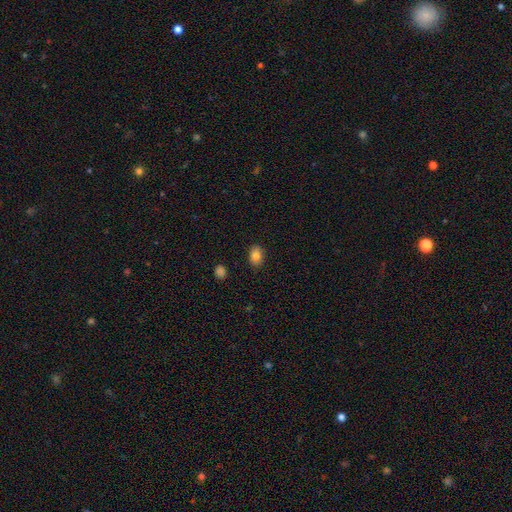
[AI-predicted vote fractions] Morphology: type=smooth (83%); roundness=in between (74%); merging=none (87%).